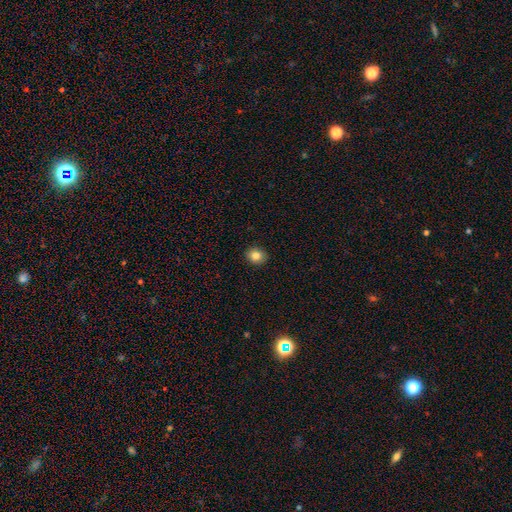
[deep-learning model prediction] This is clearly a smooth galaxy (83%). How rounded: likely round (67%). Merging: clearly none (90%).